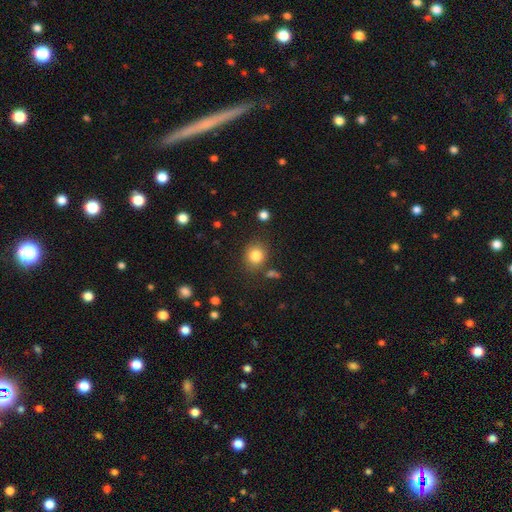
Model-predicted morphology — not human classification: smooth-or-featured: smooth: 83% | star or artifact: 11% | featured or disk: 7%
  how-rounded: round: 77% | in between: 23% | cigar-shaped: 1%
  merging: none: 81% | minor disturbance: 11% | merger: 5% | major disturbance: 4%